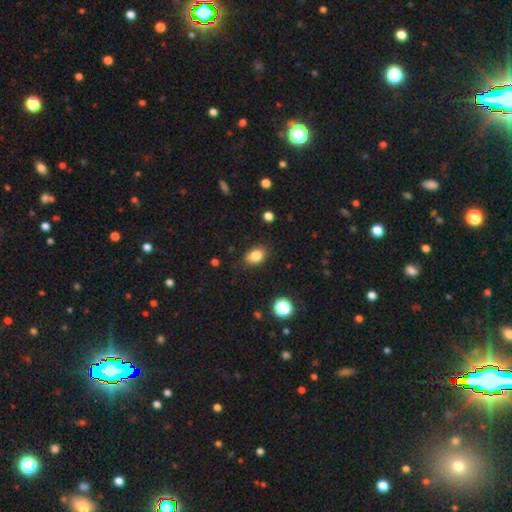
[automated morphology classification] Q: Smooth or featured?
A: smooth (82%); runner-up: star or artifact (10%)
Q: How rounded?
A: in between (78%); runner-up: round (20%)
Q: Merging?
A: none (83%); runner-up: minor disturbance (12%)